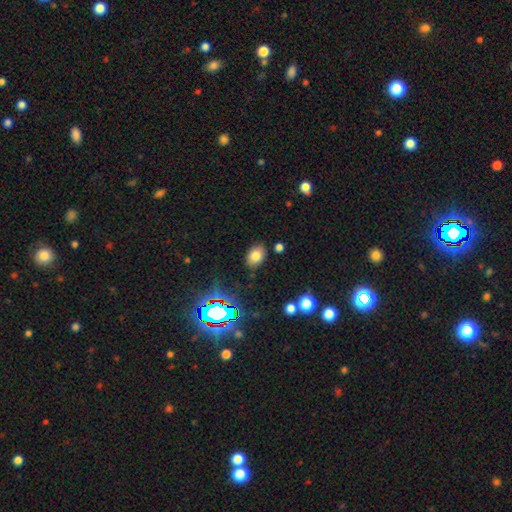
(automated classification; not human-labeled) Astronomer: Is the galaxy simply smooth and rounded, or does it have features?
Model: smooth — 78%.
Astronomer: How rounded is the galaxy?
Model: in between — 76%.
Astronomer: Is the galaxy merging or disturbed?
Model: none — 84%.